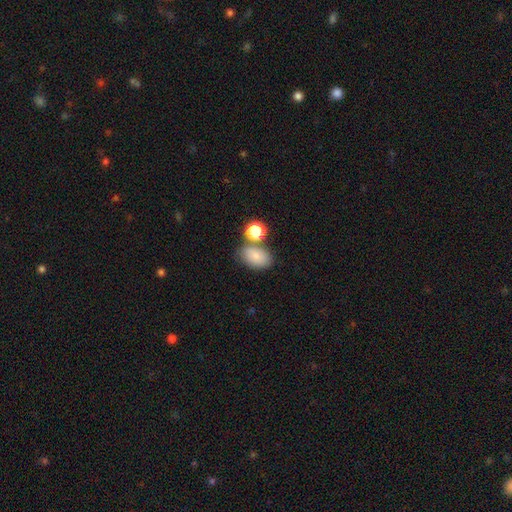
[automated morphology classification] The model was most divided on "merging": none: 60%, merger: 19%, minor disturbance: 16%, major disturbance: 5%. More confident: how rounded — in between (86%); smooth or featured — smooth (80%).